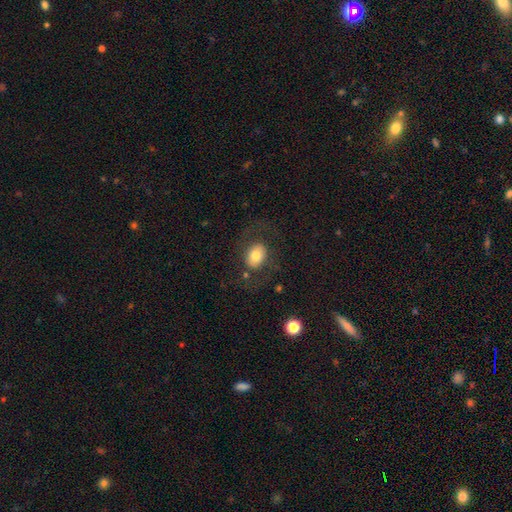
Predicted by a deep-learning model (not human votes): smooth-or-featured: smooth: 71% | featured or disk: 21% | star or artifact: 8%
  how-rounded: in between: 71% | round: 28% | cigar-shaped: 1%
  merging: none: 70% | minor disturbance: 14% | major disturbance: 13% | merger: 2%